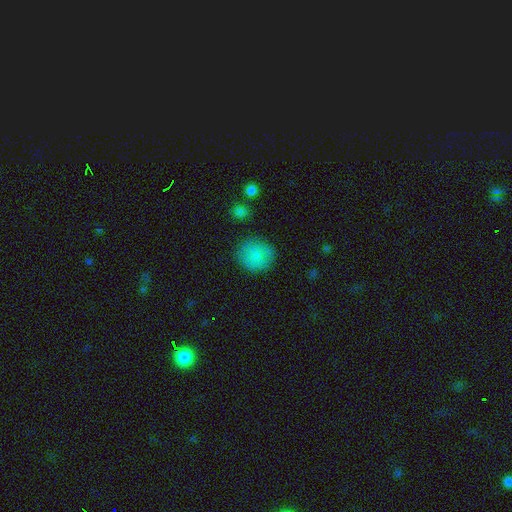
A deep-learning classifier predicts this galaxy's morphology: The model was most divided on "merging": none: 82%, minor disturbance: 13%, major disturbance: 4%, merger: 2%. More confident: how rounded — round (89%); smooth or featured — smooth (84%).